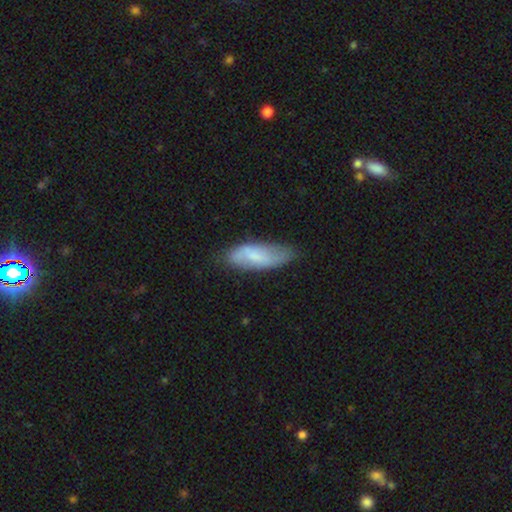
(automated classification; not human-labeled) This appears to be a smooth galaxy with no disk features (59%) that is in between round and cigar-shaped (71%). Merging: none (60%).